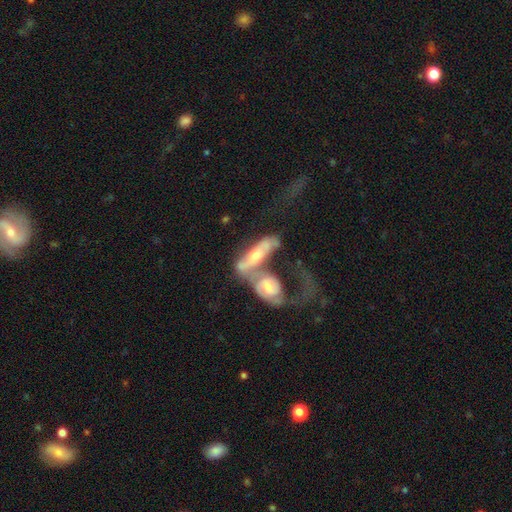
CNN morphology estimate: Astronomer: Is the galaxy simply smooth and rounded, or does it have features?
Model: featured or disk — 63%.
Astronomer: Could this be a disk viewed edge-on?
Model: no — 70%.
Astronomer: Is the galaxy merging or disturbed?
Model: merger — 69%.